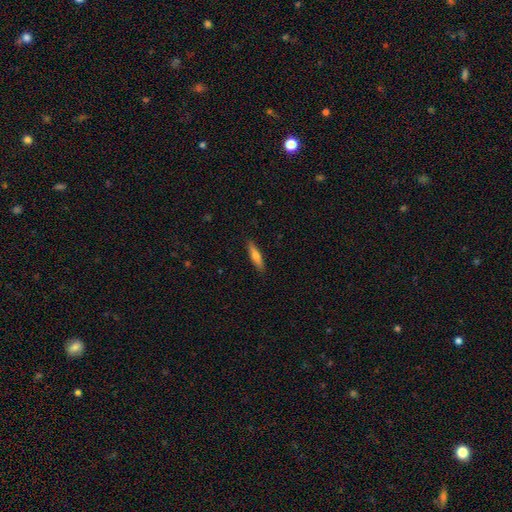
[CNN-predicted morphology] This is likely a smooth galaxy (63%). How rounded: likely cigar-shaped (78%). Merging: clearly none (90%).